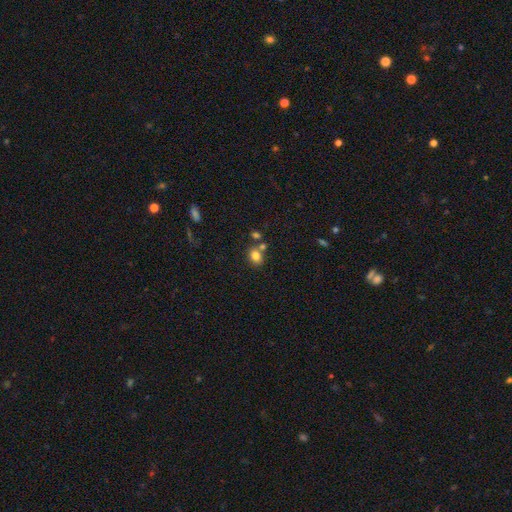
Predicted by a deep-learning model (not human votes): smooth 80%, star or artifact 12%, featured or disk 8%. Down the decision tree: how rounded — in between (52%); merging — none (62%).